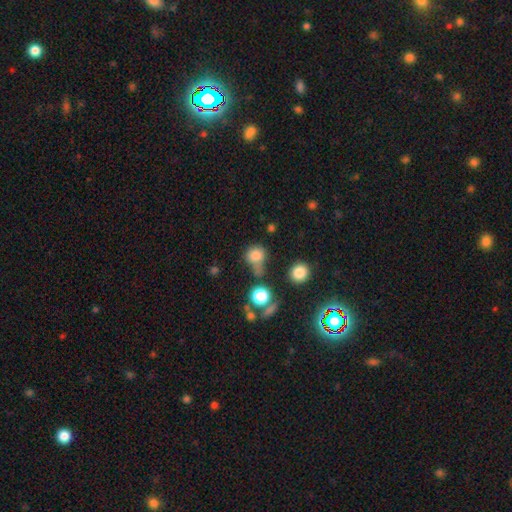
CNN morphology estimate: A smooth galaxy with no disk features (78%) that is round (72%). Merging: none (45%).